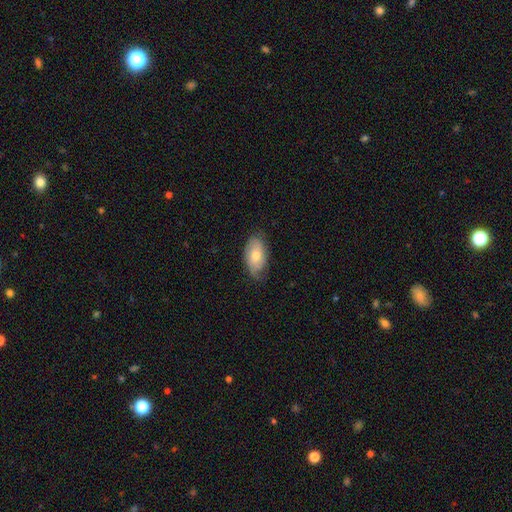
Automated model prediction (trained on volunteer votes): Smooth or featured?
  - smooth: 61% *
  - featured or disk: 33%
  - star or artifact: 6%
How rounded?
  - in between: 92% *
  - round: 5%
  - cigar-shaped: 3%
Merging?
  - none: 68% *
  - minor disturbance: 26%
  - major disturbance: 6%
  - merger: 1%